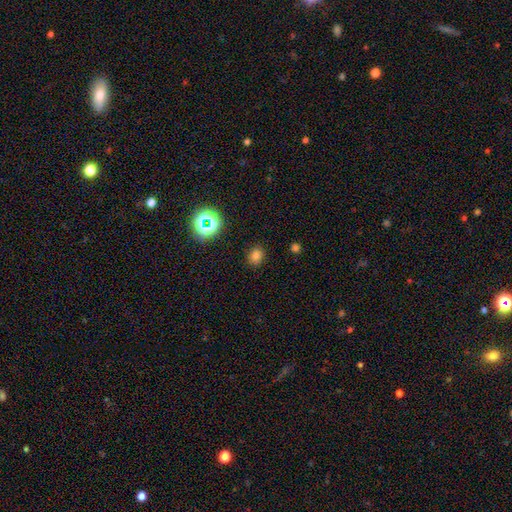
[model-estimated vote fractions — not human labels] Smooth or featured? Predicted: smooth (p=0.74). How rounded? Predicted: round (p=0.62). Merging? Predicted: none (p=0.86).